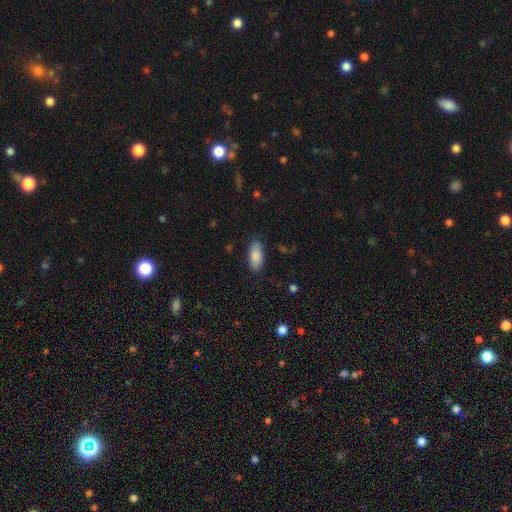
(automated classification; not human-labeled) Smooth or featured? Predicted: smooth (p=0.89). How rounded? Predicted: in between (p=0.89). Merging? Predicted: none (p=0.85).